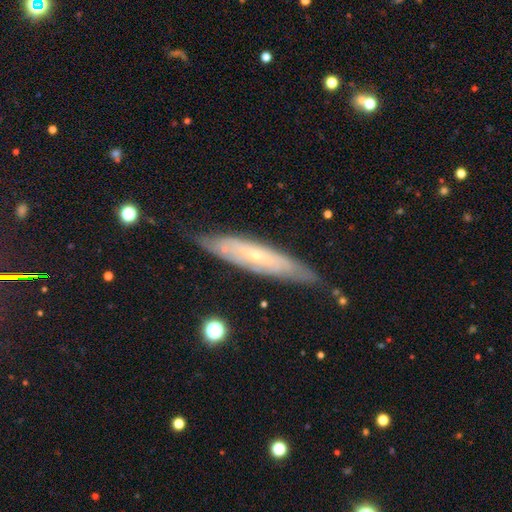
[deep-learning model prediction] Smooth or featured: featured or disk — 69% (smooth — 24%)
Edge-on disk: yes — 52% (no — 48%)
Merging: none — 74% (minor disturbance — 20%)